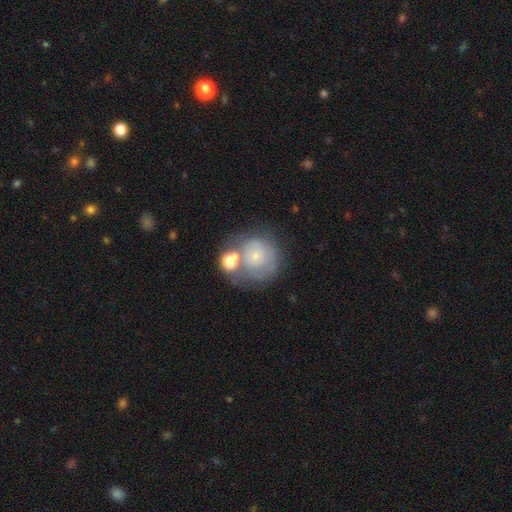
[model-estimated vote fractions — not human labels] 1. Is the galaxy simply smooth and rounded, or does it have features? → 54% smooth, 35% featured or disk, 10% star or artifact.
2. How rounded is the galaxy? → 88% round, 11% in between, 1% cigar-shaped.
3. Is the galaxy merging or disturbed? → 47% none, 22% merger, 18% minor disturbance, 13% major disturbance.